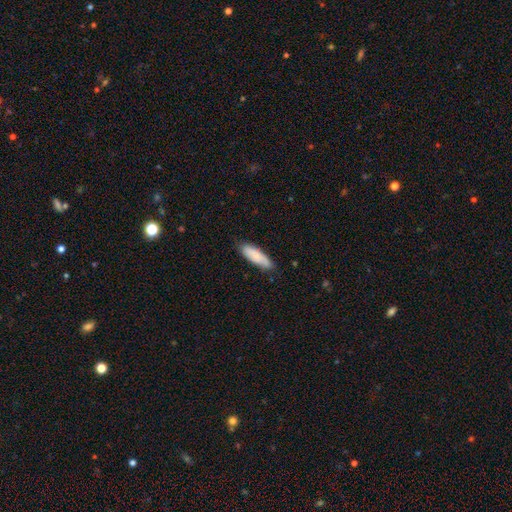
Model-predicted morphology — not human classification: smooth_or_featured: smooth (p=0.76) [alt: featured or disk p=0.18]
how_rounded: in between (p=0.56) [alt: cigar-shaped p=0.43]
merging: none (p=0.75) [alt: minor disturbance p=0.20]